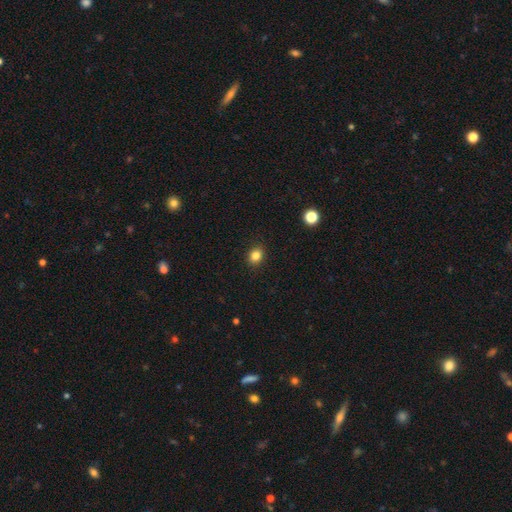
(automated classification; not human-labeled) Morphology: type=smooth (84%); roundness=round (61%); merging=none (90%).